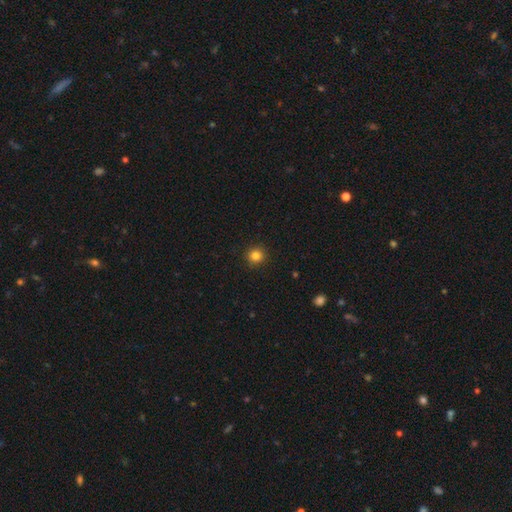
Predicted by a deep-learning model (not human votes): Morphology: type=smooth (83%); roundness=round (94%); merging=none (92%).